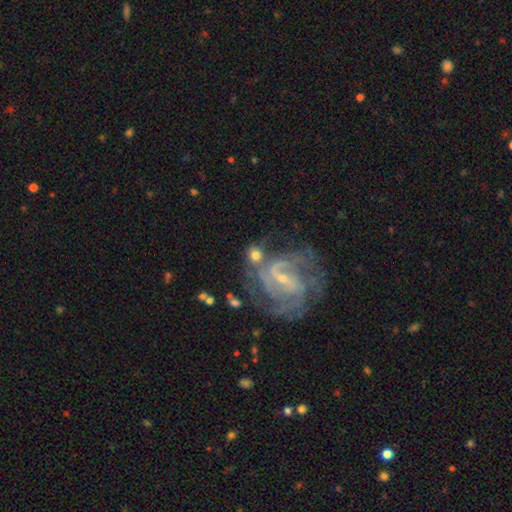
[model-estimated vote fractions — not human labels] featured or disk 62%, smooth 29%, star or artifact 10%. Down the decision tree: edge-on disk — no (96%); bar — weak (45%); spiral arms — yes (89%); spiral arm count — 2 (38%); spiral winding — medium (47%); bulge size — small (66%); merging — none (55%).